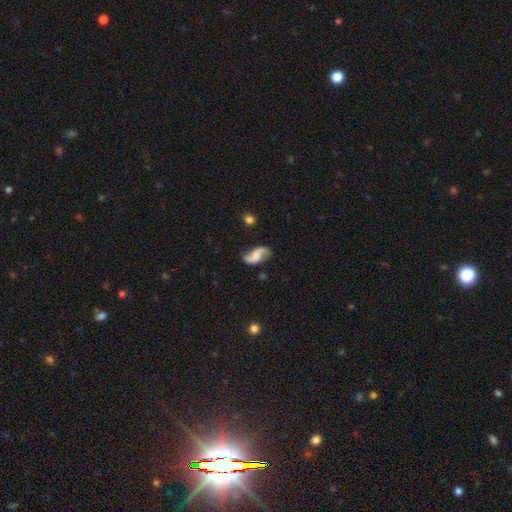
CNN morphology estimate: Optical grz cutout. It shows a featured or disk galaxy (79%) with no bar (53%), 2 (93%) loose (76%) spiral arms (95%) and no central bulge (30%, tied with moderate). Merging: none (74%).